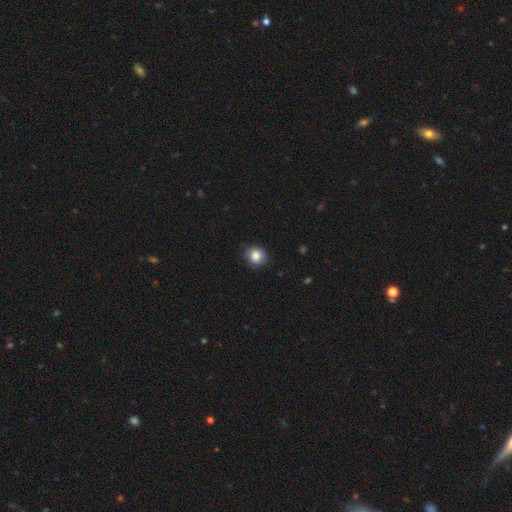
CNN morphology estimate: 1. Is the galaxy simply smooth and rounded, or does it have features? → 85% smooth, 9% star or artifact, 6% featured or disk.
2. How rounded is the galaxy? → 83% round, 16% in between, 1% cigar-shaped.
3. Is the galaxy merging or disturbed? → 82% none, 14% minor disturbance, 3% major disturbance, 1% merger.